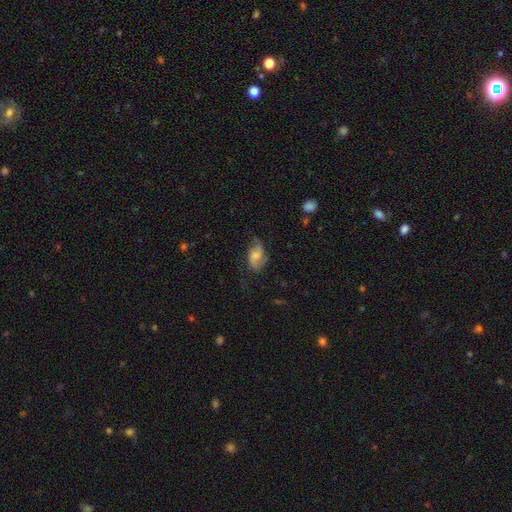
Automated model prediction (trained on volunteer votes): This appears to be a featured or disk galaxy (47%). Merging: none (56%).